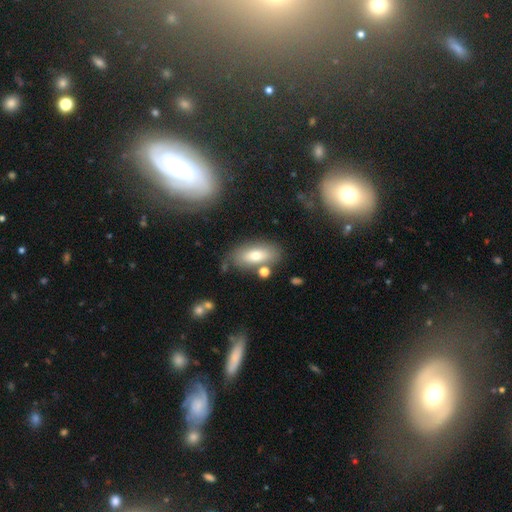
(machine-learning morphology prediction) Overall: smooth (69%). How rounded: in between (88%). Merging: none (71%).